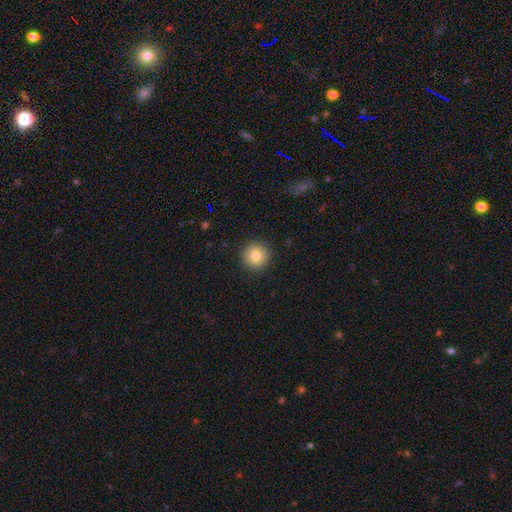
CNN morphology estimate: smooth 81%, star or artifact 10%, featured or disk 10%. Down the decision tree: how rounded — round (95%); merging — none (92%).